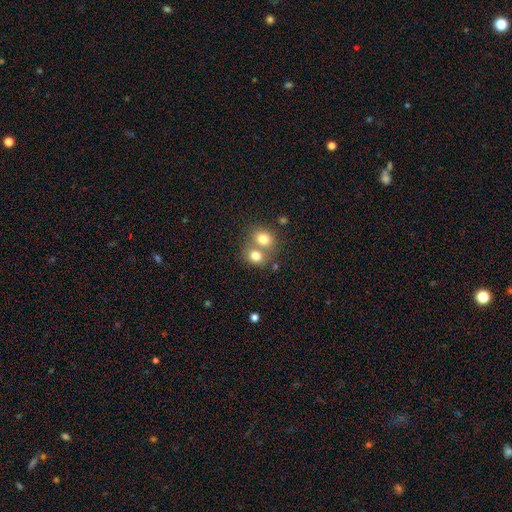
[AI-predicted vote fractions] Morphology: type=smooth (77%); roundness=round (67%); merging=merger (56%).